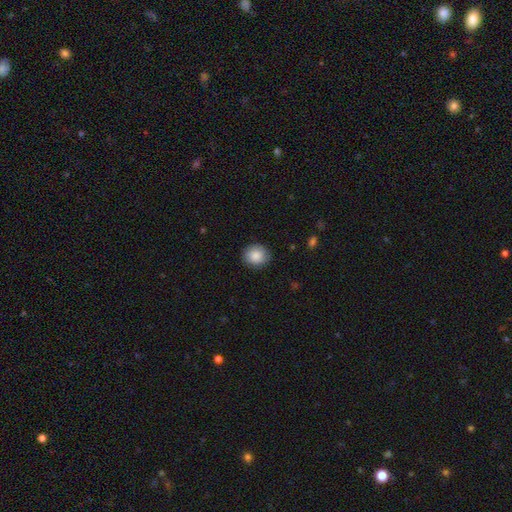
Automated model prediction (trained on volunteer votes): smooth_or_featured: smooth (p=0.87) [alt: star or artifact p=0.07]
how_rounded: round (p=0.74) [alt: in between p=0.25]
merging: none (p=0.87) [alt: minor disturbance p=0.10]